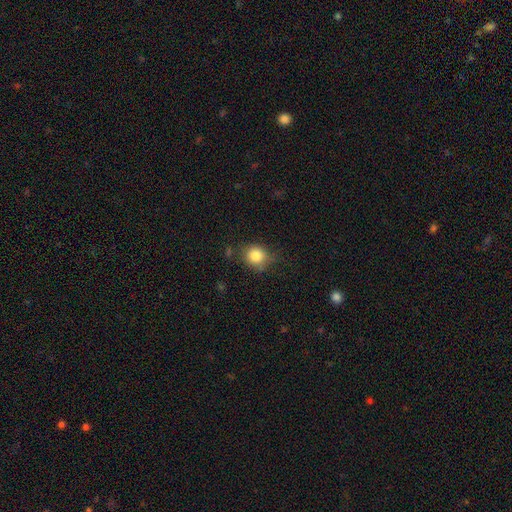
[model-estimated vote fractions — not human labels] A smooth galaxy with no disk features (83%) that is round (78%). Merging: none (65%).